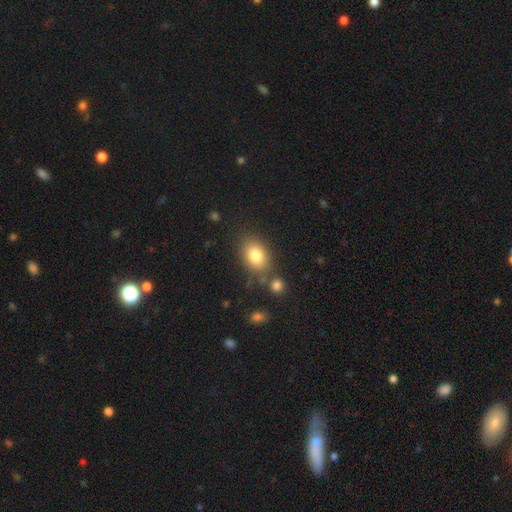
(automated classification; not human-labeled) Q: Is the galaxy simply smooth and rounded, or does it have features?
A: smooth — 81%.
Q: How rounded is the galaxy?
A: in between — 79%.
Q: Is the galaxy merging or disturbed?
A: none — 73%.